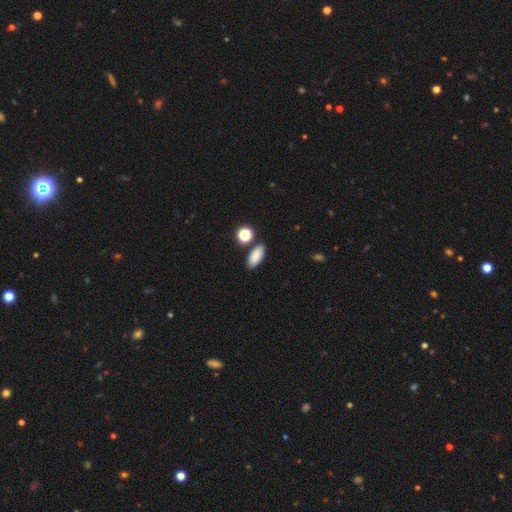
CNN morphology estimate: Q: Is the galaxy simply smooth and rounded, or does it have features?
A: smooth — 85%.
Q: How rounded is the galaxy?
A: in between — 85%.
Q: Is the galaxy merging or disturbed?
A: none — 80%.